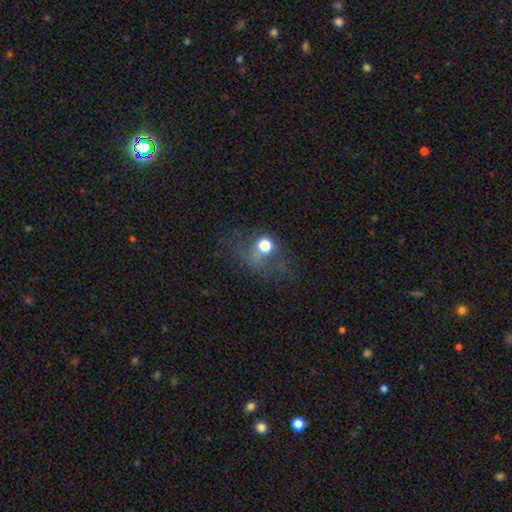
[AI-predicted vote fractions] smooth-or-featured: smooth: 37% | star or artifact: 36% | featured or disk: 27%
  merging: none: 55% | major disturbance: 21% | minor disturbance: 18% | merger: 6%